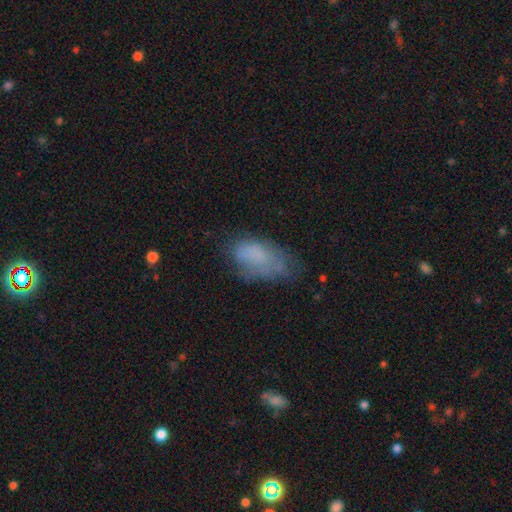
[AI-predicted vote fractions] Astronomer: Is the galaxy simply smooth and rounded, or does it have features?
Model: smooth — 65%.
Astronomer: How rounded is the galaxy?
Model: in between — 92%.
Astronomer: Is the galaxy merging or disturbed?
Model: none — 43% (runner-up: minor disturbance, 31%).